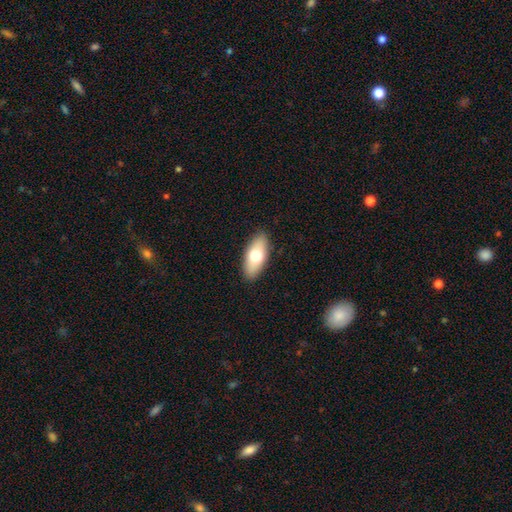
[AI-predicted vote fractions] Smooth or featured: smooth — 69% (featured or disk — 25%)
How rounded: in between — 87% (cigar-shaped — 10%)
Merging: none — 89% (minor disturbance — 8%)